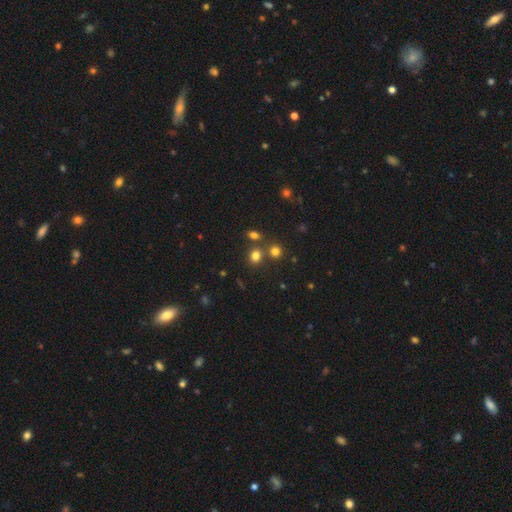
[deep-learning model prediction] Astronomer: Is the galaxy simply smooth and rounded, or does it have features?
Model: smooth — 75%.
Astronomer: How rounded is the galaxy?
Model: round — 56% (runner-up: in between, 42%).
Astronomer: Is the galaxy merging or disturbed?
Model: none — 69%.